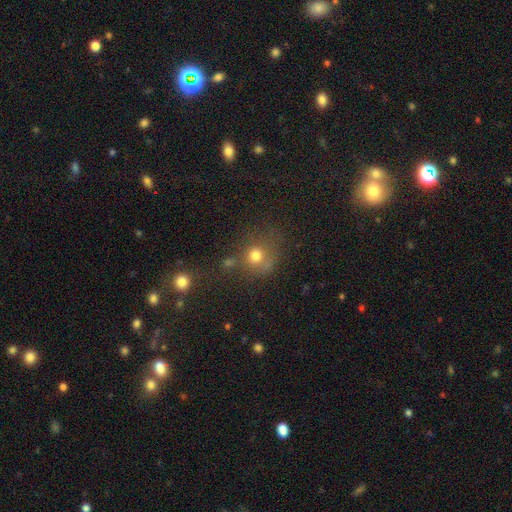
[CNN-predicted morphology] This is likely a smooth galaxy (73%). How rounded: clearly round (82%). Merging: possibly none (52%).